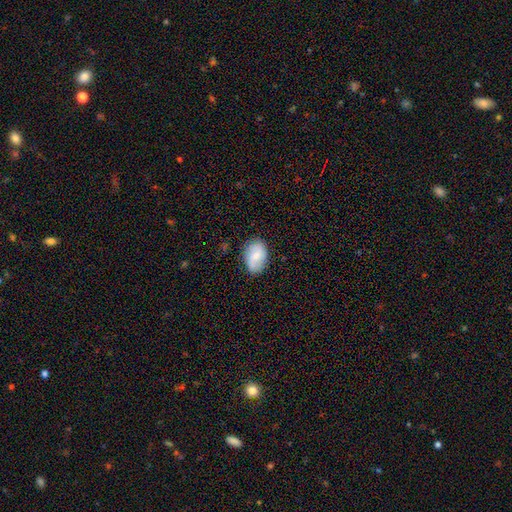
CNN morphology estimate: smooth-or-featured: smooth: 55% | featured or disk: 38% | star or artifact: 7%
  how-rounded: in between: 81% | round: 17% | cigar-shaped: 1%
  merging: none: 80% | minor disturbance: 16% | major disturbance: 4% | merger: 1%